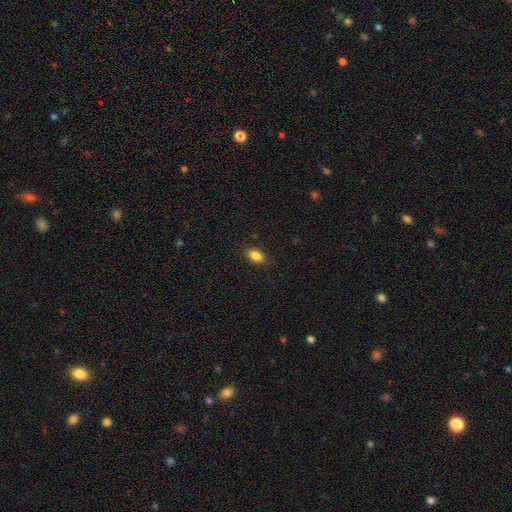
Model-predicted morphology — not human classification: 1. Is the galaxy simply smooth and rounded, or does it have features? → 86% smooth, 9% star or artifact, 5% featured or disk.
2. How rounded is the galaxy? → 84% in between, 14% round, 2% cigar-shaped.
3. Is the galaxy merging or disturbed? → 88% none, 9% minor disturbance, 2% major disturbance, 1% merger.